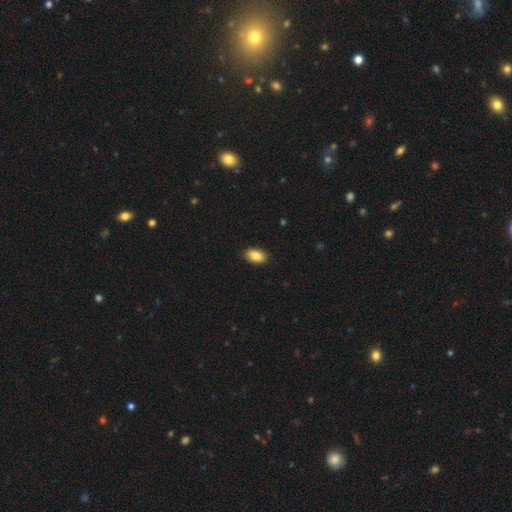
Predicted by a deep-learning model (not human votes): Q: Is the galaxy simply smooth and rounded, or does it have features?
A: smooth — 86%.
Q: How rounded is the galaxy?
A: in between — 92%.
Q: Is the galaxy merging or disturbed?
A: none — 89%.